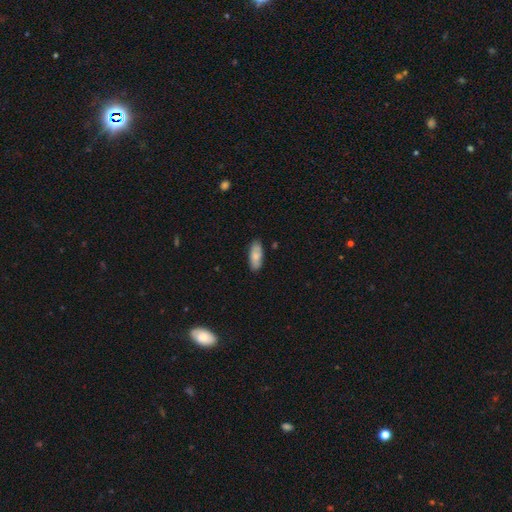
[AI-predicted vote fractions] The model was most divided on "how rounded": in between: 81%, cigar-shaped: 17%, round: 2%. More confident: merging — none (85%); smooth or featured — smooth (80%).